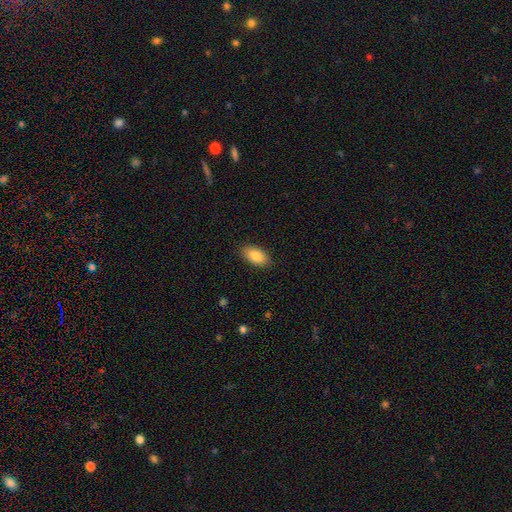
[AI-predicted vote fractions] Smooth or featured? Predicted: smooth (p=0.86). How rounded? Predicted: in between (p=0.93). Merging? Predicted: none (p=0.88).